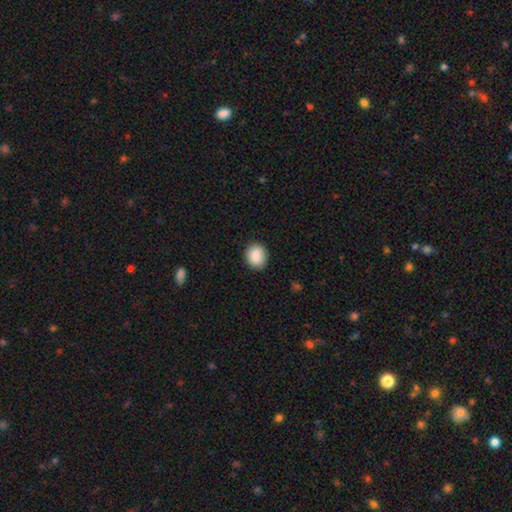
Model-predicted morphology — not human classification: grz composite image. It shows a smooth galaxy with no disk features (88%) that is round (74%). Merging: none (85%).